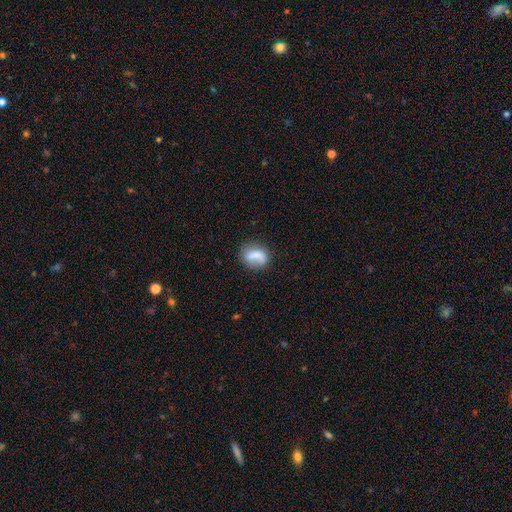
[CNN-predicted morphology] The model was most divided on "how rounded": in between: 51%, round: 46%, cigar-shaped: 3%. More confident: smooth or featured — smooth (69%); merging — none (59%).